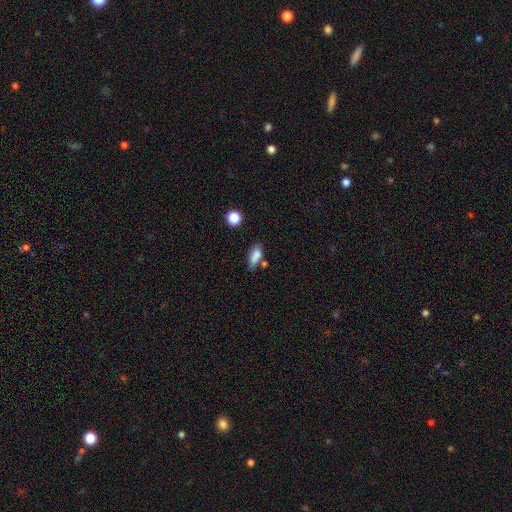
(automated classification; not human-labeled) This appears to be a smooth galaxy with no disk features (81%) that is in between round and cigar-shaped (75%). Merging: none (57%).